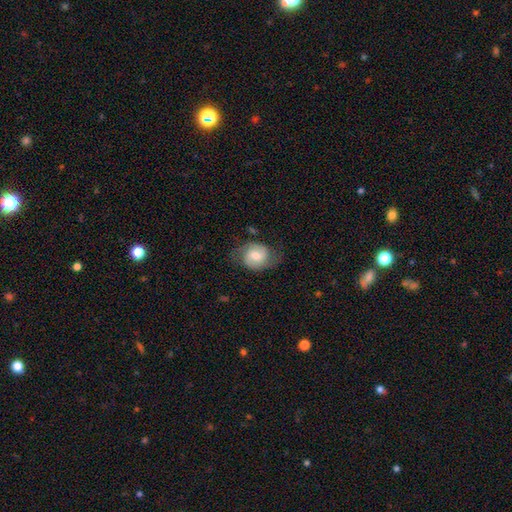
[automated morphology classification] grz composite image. It shows a featured or disk galaxy (55%) with no bar (45%, tied with weak), spiral arms (88%) and a moderate central bulge (62%). Merging: none (64%).